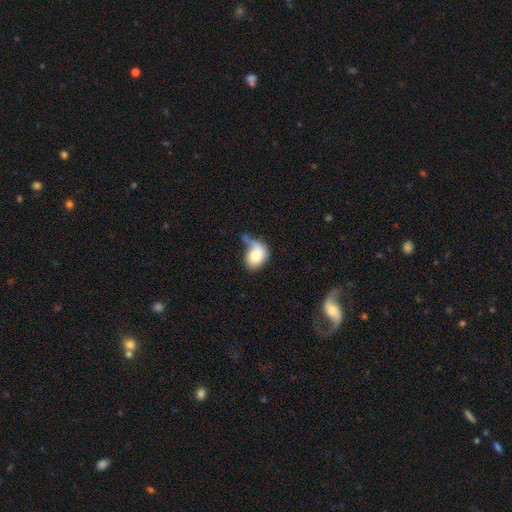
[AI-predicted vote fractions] Smooth or featured: smooth — 76% (featured or disk — 17%)
How rounded: in between — 57% (round — 42%)
Merging: minor disturbance — 27% (tied with major disturbance — 27%)